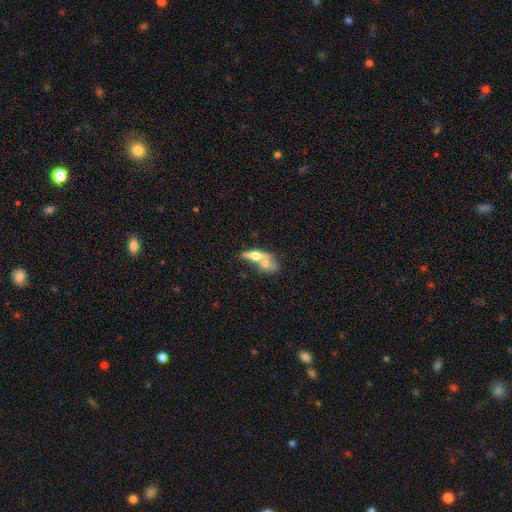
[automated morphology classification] The model was most divided on "smooth or featured": featured or disk: 48%, smooth: 45%, star or artifact: 7%. More confident: merging — merger (62%).